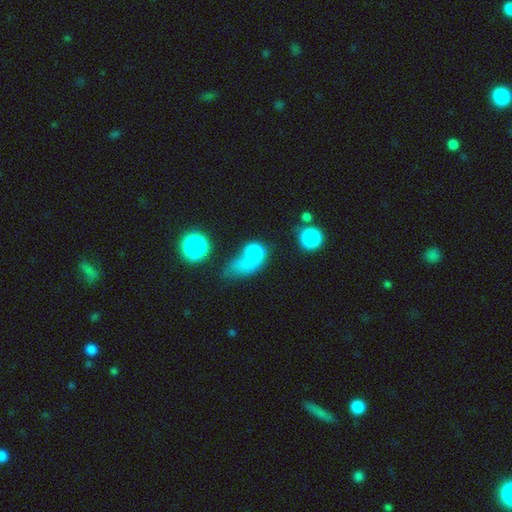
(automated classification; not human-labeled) Smooth or featured: smooth — 63% (star or artifact — 22%)
How rounded: round — 52% (in between — 43%)
Merging: none — 34% (major disturbance — 25%)